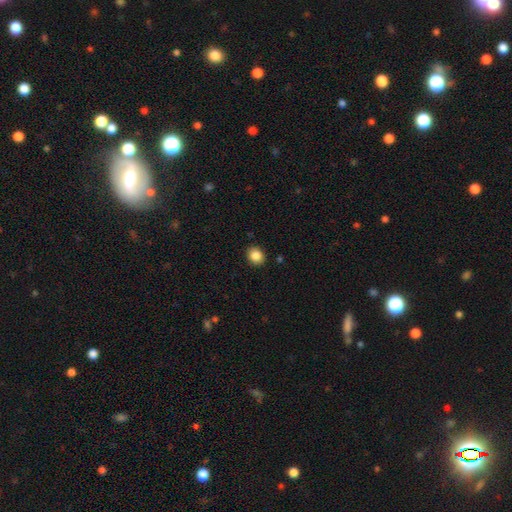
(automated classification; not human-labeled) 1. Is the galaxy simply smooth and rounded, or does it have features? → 86% smooth, 9% star or artifact, 5% featured or disk.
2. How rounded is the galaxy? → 64% round, 35% in between, 1% cigar-shaped.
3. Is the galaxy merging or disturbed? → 90% none, 7% minor disturbance, 2% major disturbance, 1% merger.